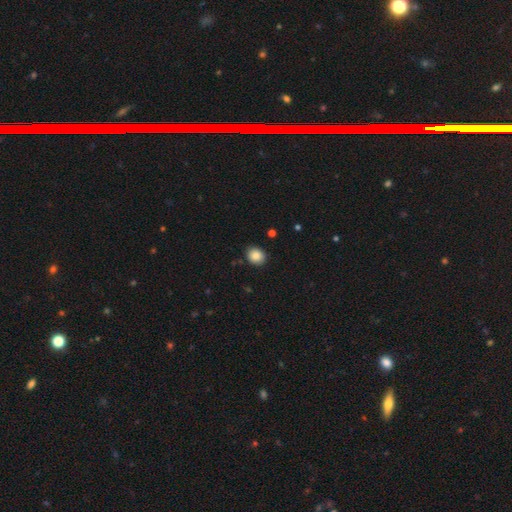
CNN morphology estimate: A smooth galaxy with no disk features (87%) that is round (60%). Merging: none (88%).